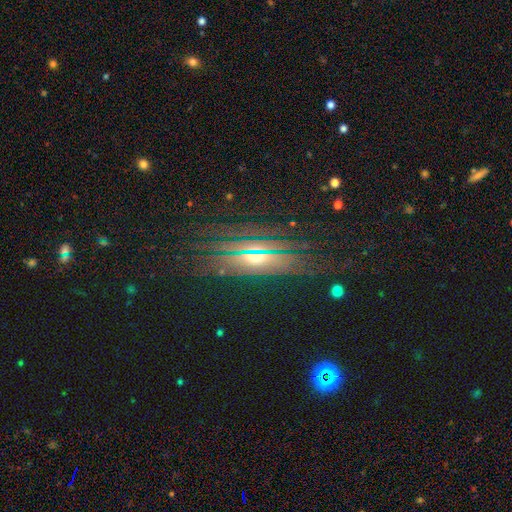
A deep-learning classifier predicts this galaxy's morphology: This appears to be a featured or disk galaxy (36%). Merging: none (79%).